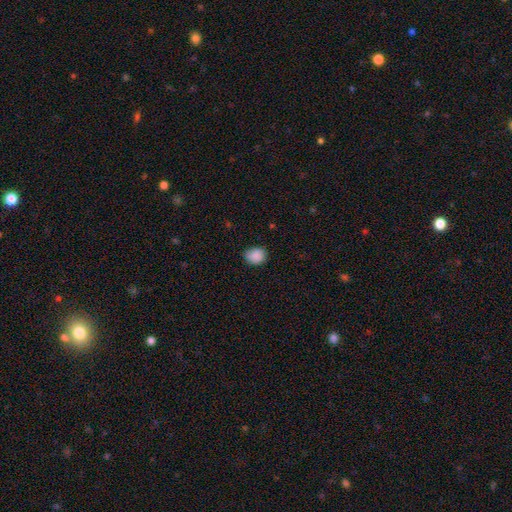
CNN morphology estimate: Smooth or featured? Predicted: smooth (p=0.88). How rounded? Predicted: round (p=0.59). Merging? Predicted: none (p=0.74).